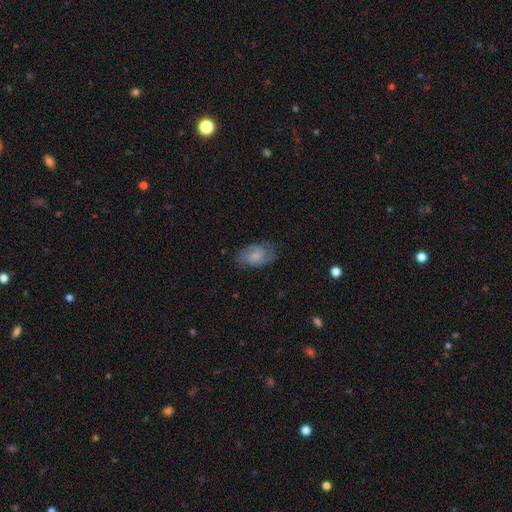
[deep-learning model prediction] smooth-or-featured: featured or disk: 49% | smooth: 44% | star or artifact: 8%
  merging: none: 67% | minor disturbance: 23% | major disturbance: 9% | merger: 1%